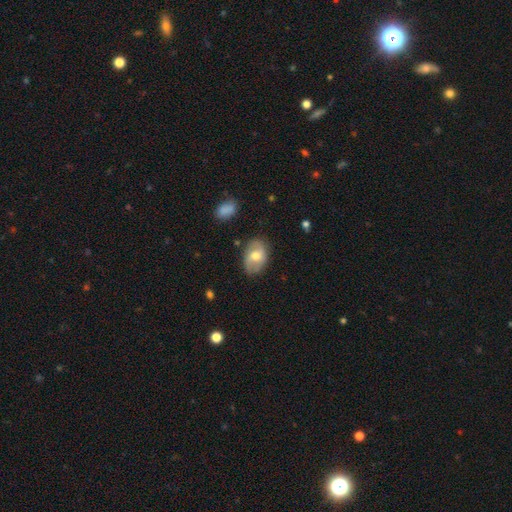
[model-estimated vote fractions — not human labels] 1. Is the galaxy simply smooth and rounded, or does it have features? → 53% smooth, 40% featured or disk, 7% star or artifact.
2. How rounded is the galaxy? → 83% in between, 16% round, 1% cigar-shaped.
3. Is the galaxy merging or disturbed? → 74% none, 19% minor disturbance, 5% major disturbance, 2% merger.